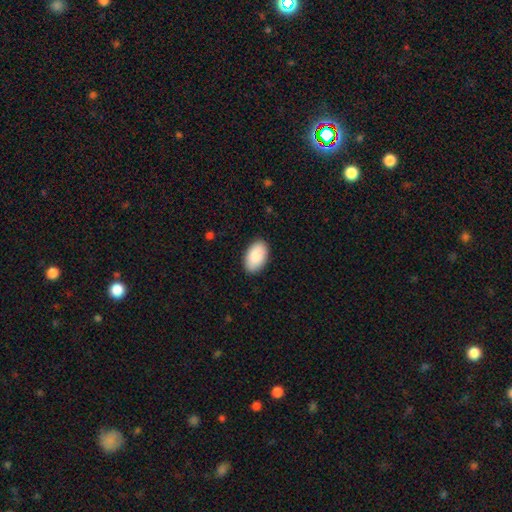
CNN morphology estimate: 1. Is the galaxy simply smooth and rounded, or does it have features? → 90% smooth, 6% star or artifact, 5% featured or disk.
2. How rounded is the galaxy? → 95% in between, 4% round, 1% cigar-shaped.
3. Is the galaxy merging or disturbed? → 89% none, 9% minor disturbance, 2% major disturbance, 1% merger.